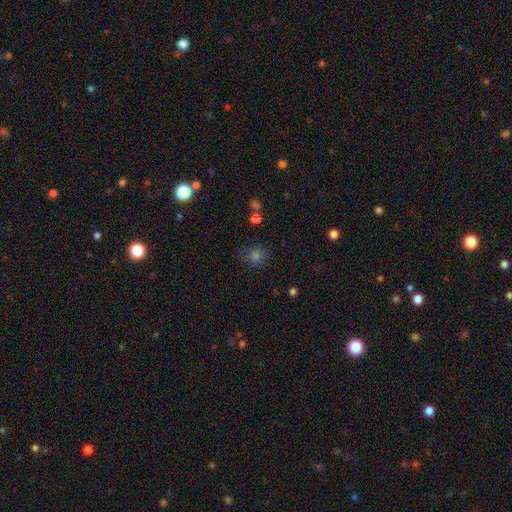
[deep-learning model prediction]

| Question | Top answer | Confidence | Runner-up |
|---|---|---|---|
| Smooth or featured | smooth | 71% | star or artifact (23%) |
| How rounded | round | 85% | in between (14%) |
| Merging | none | 84% | minor disturbance (10%) |